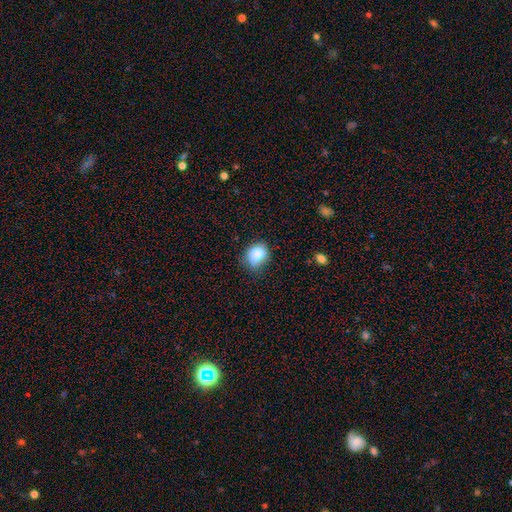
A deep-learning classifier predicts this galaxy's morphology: Smooth or featured? Predicted: smooth (p=0.83). How rounded? Predicted: round (p=0.50). Merging? Predicted: none (p=0.69).